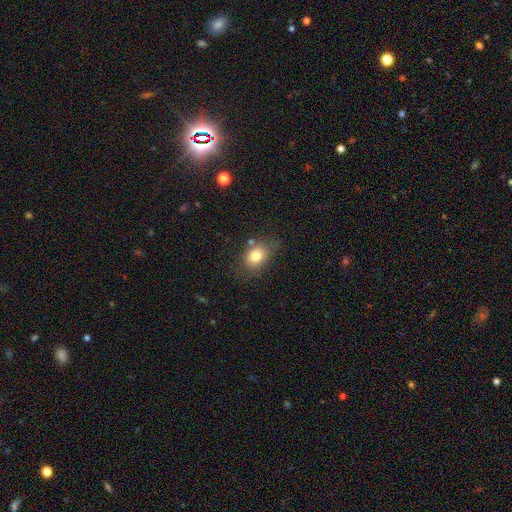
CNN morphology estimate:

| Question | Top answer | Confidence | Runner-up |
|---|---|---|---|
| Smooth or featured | smooth | 78% | star or artifact (11%) |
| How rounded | in between | 52% | round (47%) |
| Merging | none | 71% | minor disturbance (19%) |